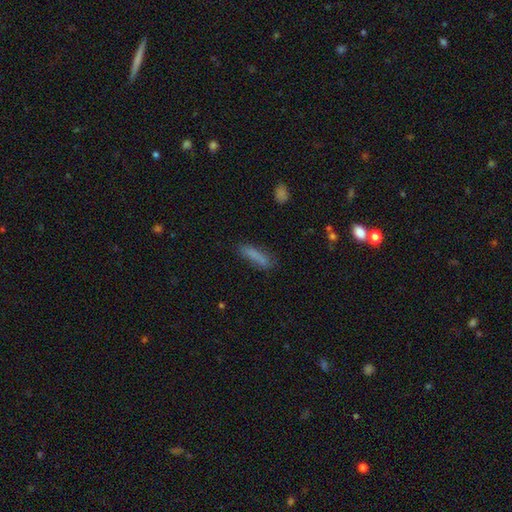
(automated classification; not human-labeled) smooth_or_featured: smooth (p=0.81) [alt: featured or disk p=0.11]
how_rounded: cigar-shaped (p=0.78) [alt: in between p=0.20]
merging: none (p=0.77) [alt: minor disturbance p=0.16]